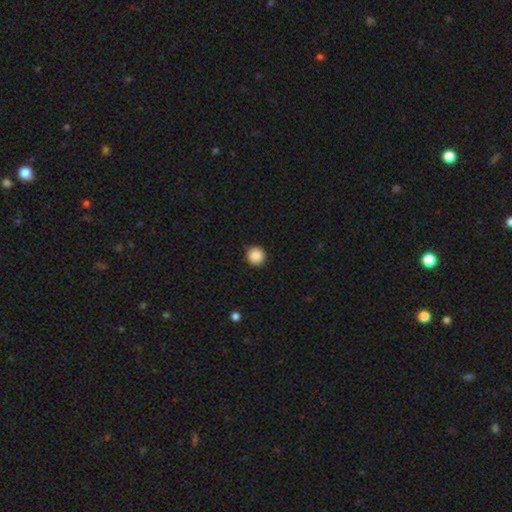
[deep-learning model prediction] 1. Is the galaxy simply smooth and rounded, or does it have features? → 89% smooth, 9% star or artifact, 3% featured or disk.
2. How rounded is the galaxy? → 95% round, 4% in between, 1% cigar-shaped.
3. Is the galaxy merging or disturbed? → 92% none, 5% minor disturbance, 2% major disturbance, 1% merger.